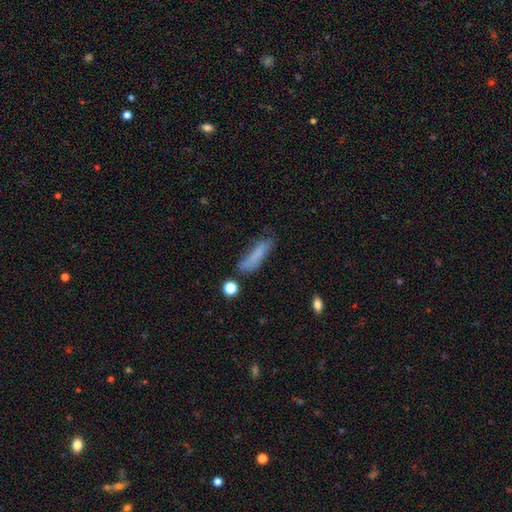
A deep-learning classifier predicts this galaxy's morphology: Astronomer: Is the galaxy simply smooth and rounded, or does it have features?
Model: smooth — 74%.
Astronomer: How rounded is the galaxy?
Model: cigar-shaped — 70%.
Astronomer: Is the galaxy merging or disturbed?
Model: none — 57%.